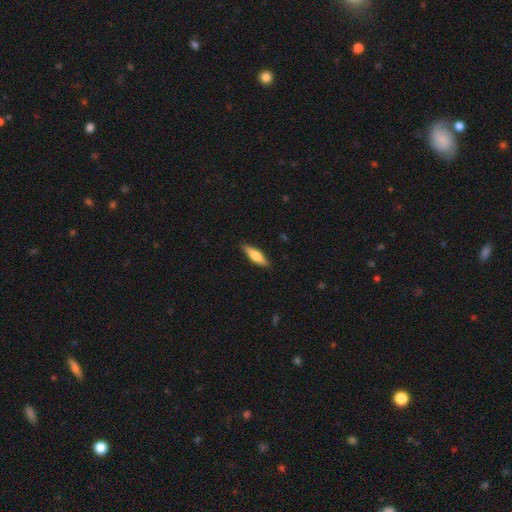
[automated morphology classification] Smooth or featured? Predicted: smooth (p=0.67). How rounded? Predicted: cigar-shaped (p=0.64). Merging? Predicted: none (p=0.89).